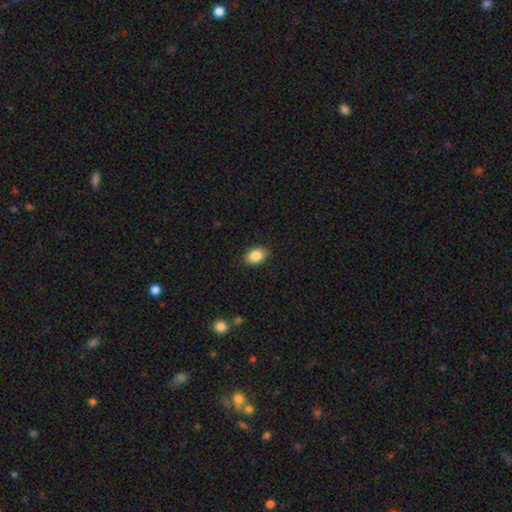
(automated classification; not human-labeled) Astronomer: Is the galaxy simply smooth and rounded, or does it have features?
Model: smooth — 87%.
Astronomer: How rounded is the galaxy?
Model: in between — 78%.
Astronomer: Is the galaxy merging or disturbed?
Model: none — 88%.